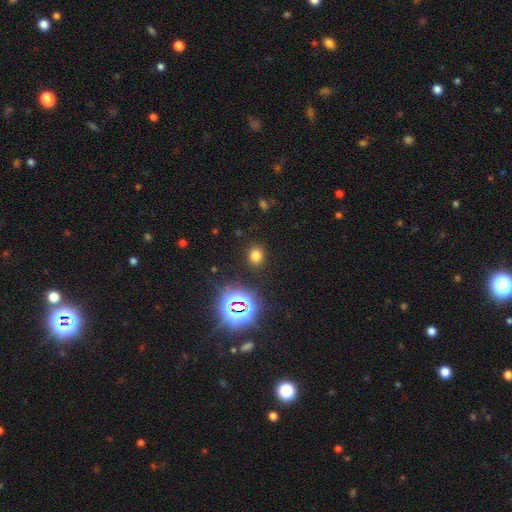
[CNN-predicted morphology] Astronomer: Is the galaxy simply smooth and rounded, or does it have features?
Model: smooth — 70%.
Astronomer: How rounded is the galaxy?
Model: round — 74%.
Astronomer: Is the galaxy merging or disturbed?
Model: none — 88%.